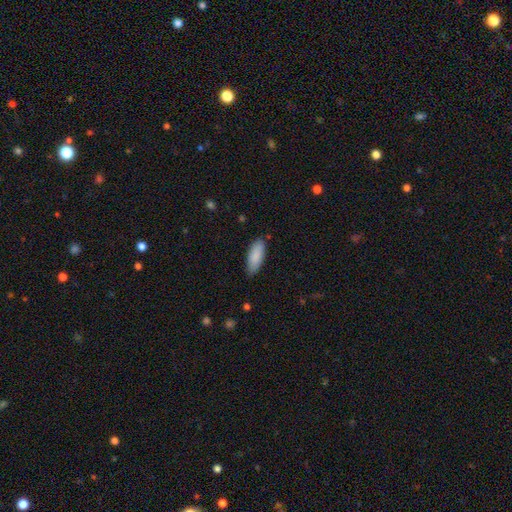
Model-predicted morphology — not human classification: Smooth or featured: smooth — 88% (featured or disk — 7%)
How rounded: in between — 75% (cigar-shaped — 24%)
Merging: none — 83% (minor disturbance — 14%)